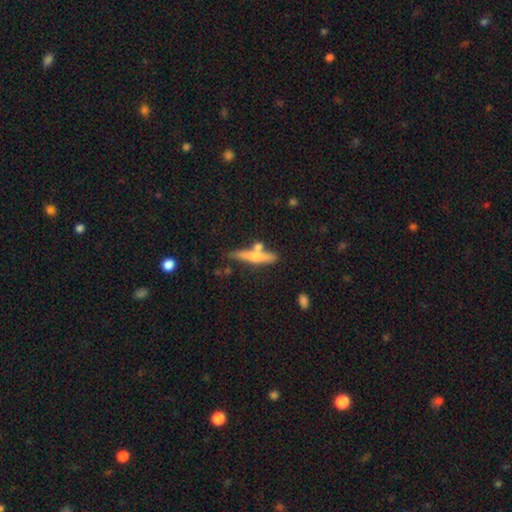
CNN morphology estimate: featured or disk 47%, smooth 46%, star or artifact 7%. Down the decision tree: merging — none (64%).